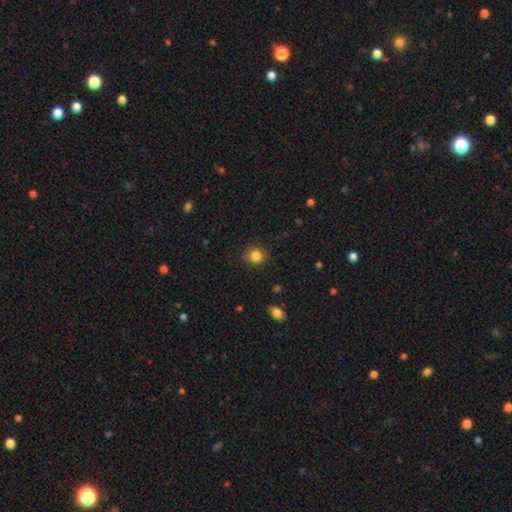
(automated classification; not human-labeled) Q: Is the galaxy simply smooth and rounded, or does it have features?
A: smooth — 85%.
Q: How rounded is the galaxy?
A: round — 82%.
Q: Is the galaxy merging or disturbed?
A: none — 85%.